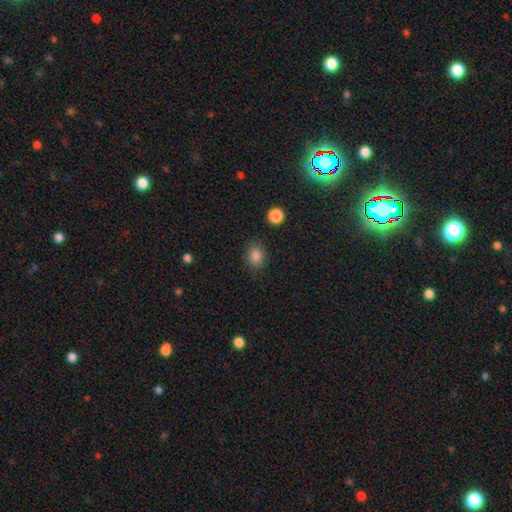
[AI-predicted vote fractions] Q: Smooth or featured?
A: smooth (85%); runner-up: star or artifact (10%)
Q: How rounded?
A: in between (57%); runner-up: round (42%)
Q: Merging?
A: none (85%); runner-up: minor disturbance (10%)